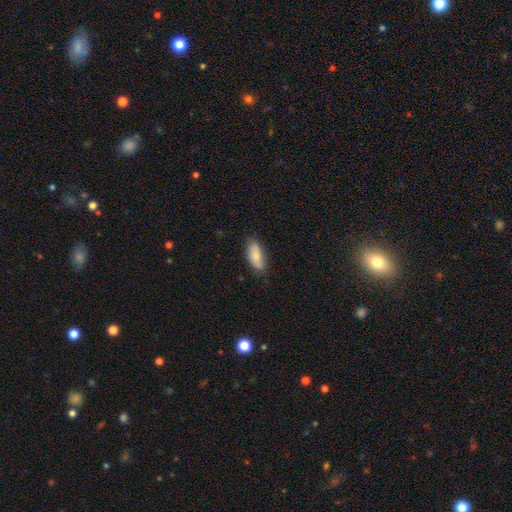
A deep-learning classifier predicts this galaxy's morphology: A smooth galaxy with no disk features (81%) that is in between round and cigar-shaped (80%). Merging: none (79%).